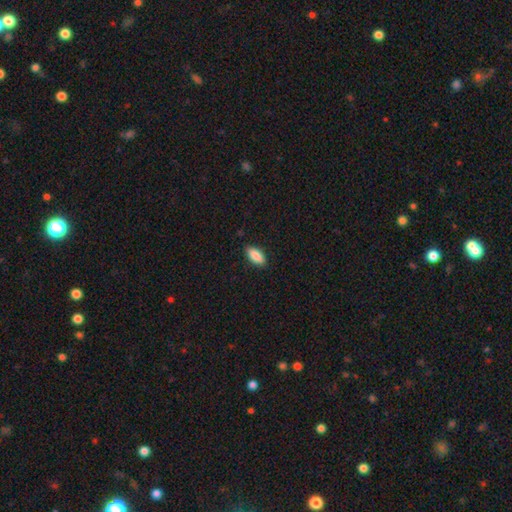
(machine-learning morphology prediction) smooth_or_featured: smooth (p=0.88) [alt: star or artifact p=0.07]
how_rounded: in between (p=0.87) [alt: cigar-shaped p=0.11]
merging: none (p=0.88) [alt: minor disturbance p=0.09]